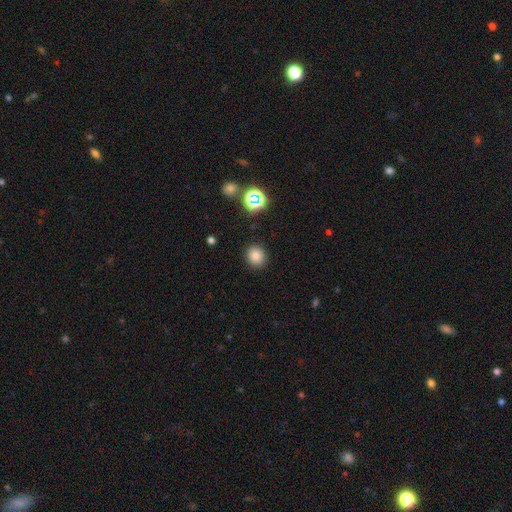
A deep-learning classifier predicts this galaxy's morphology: smooth 80%, star or artifact 14%, featured or disk 6%. Down the decision tree: how rounded — round (79%); merging — none (89%).